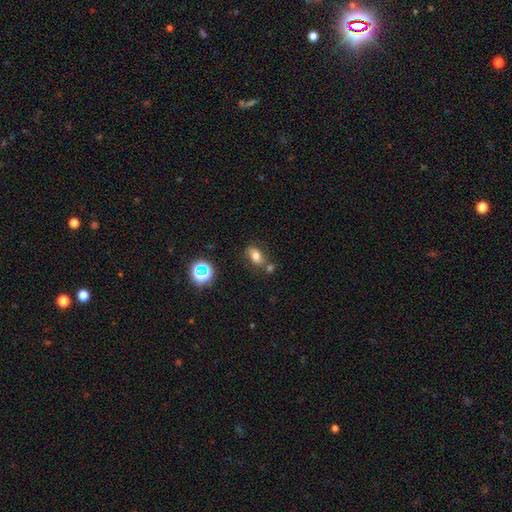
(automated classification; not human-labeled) Morphology: type=smooth (68%); roundness=in between (82%); merging=none (60%).